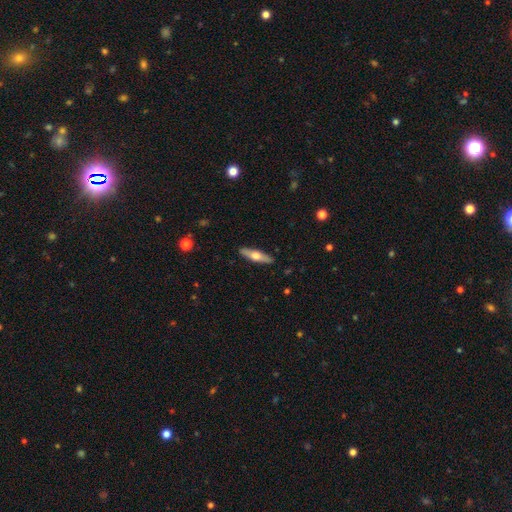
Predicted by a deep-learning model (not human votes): Smooth or featured?
  - smooth: 49% *
  - featured or disk: 46%
  - star or artifact: 5%
Merging?
  - none: 90% *
  - minor disturbance: 7%
  - major disturbance: 2%
  - merger: 1%